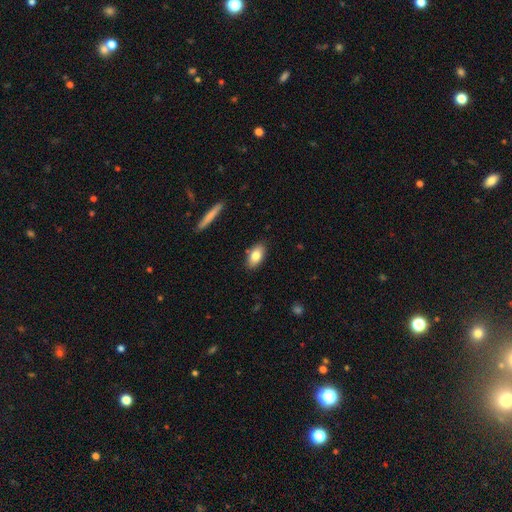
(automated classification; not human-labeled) This is likely a smooth galaxy (80%). How rounded: clearly in between (90%). Merging: clearly none (85%).